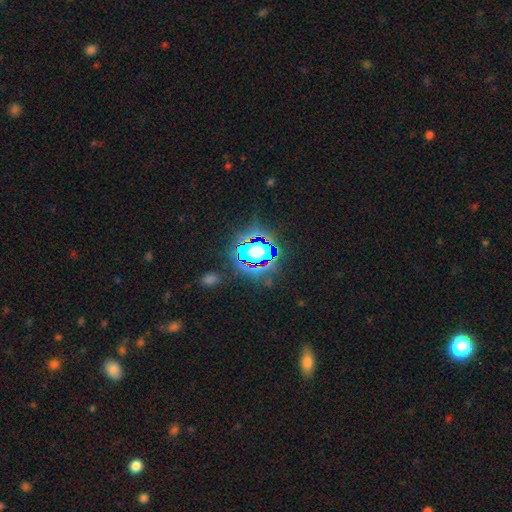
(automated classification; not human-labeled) star or artifact 78%, smooth 13%, featured or disk 9%.